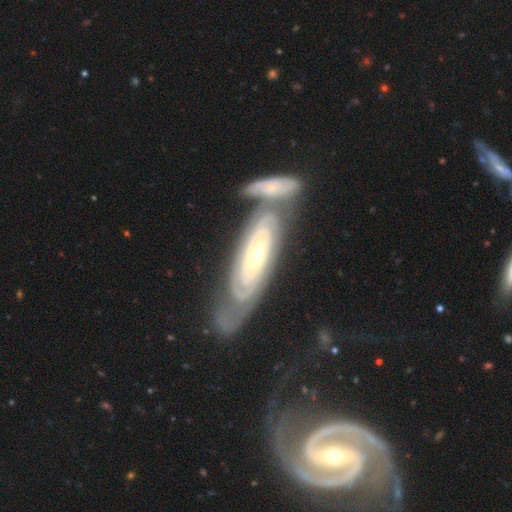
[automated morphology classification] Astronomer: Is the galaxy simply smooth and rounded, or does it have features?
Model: featured or disk — 78%.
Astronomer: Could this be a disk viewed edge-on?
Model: no — 83%.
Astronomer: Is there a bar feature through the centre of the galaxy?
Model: no — 69%.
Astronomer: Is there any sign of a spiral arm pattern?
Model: yes — 85%.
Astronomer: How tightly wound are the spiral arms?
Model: tight — 75%.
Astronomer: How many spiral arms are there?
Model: can't tell — 56%.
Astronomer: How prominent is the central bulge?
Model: small — 52% (runner-up: moderate, 42%).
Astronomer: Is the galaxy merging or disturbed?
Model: none — 43% (runner-up: merger, 30%).